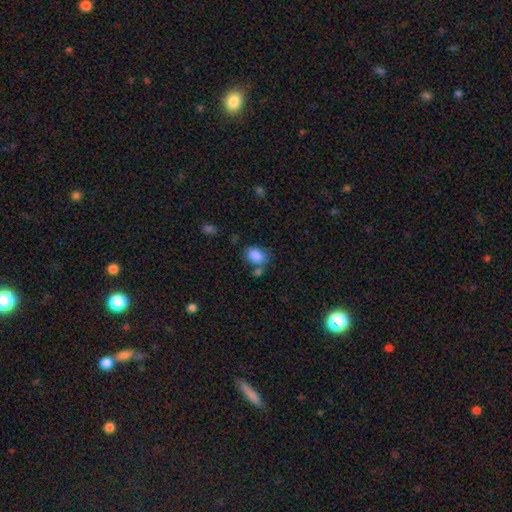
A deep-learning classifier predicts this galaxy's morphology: The model was most divided on "merging": none: 61%, merger: 17%, minor disturbance: 16%, major disturbance: 6%. More confident: smooth or featured — smooth (86%); how rounded — in between (73%).